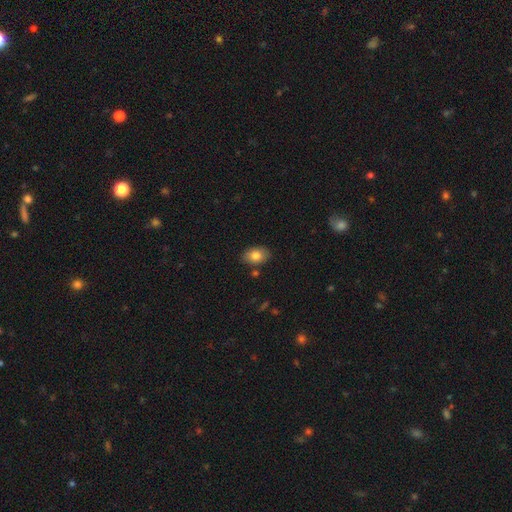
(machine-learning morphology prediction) This appears to be a smooth galaxy with no disk features (80%) that is in between round and cigar-shaped (83%). Merging: none (83%).